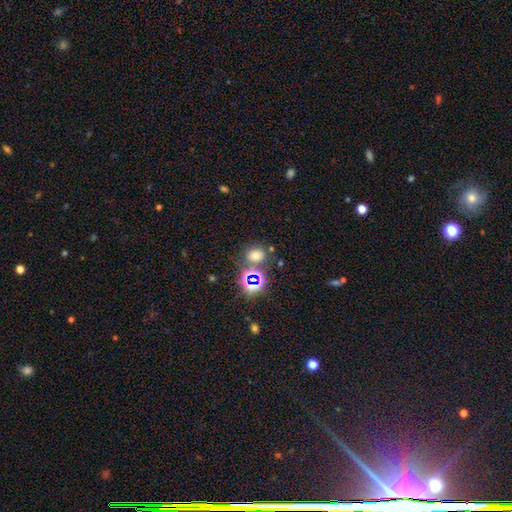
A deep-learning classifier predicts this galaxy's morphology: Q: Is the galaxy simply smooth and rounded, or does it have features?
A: smooth — 62%.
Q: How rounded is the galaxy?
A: round — 59%.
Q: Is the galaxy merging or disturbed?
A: none — 70%.